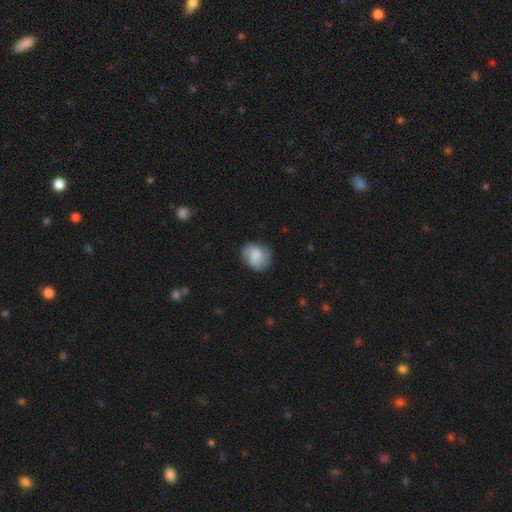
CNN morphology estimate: Smooth or featured? Predicted: smooth (p=0.63). How rounded? Predicted: round (p=0.61). Merging? Predicted: none (p=0.76).